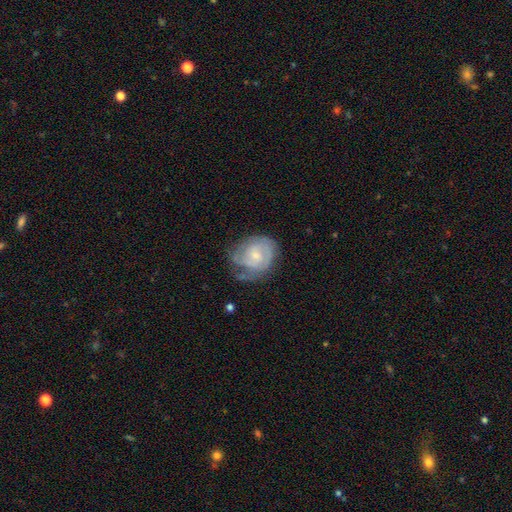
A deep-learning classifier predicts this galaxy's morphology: type=featured or disk (68%); edge-on=no (98%); bar=no (66%); spiral arms=yes (84%); winding=tight (57%); arm count=can't tell (37%); bulge=small (60%); merging=none (49%).